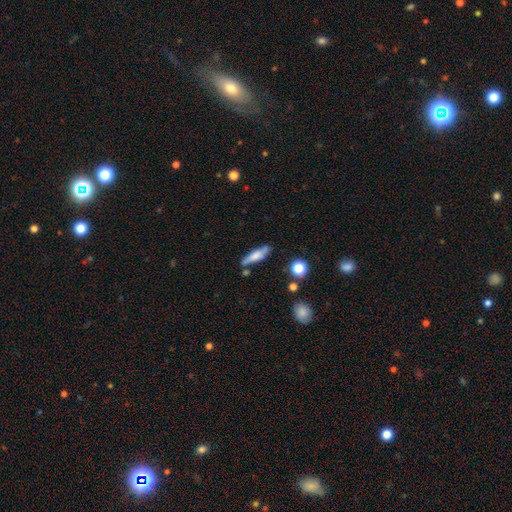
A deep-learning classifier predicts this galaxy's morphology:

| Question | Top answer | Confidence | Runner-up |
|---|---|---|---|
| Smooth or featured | smooth | 64% | featured or disk (28%) |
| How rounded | cigar-shaped | 67% | in between (30%) |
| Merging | none | 70% | minor disturbance (18%) |